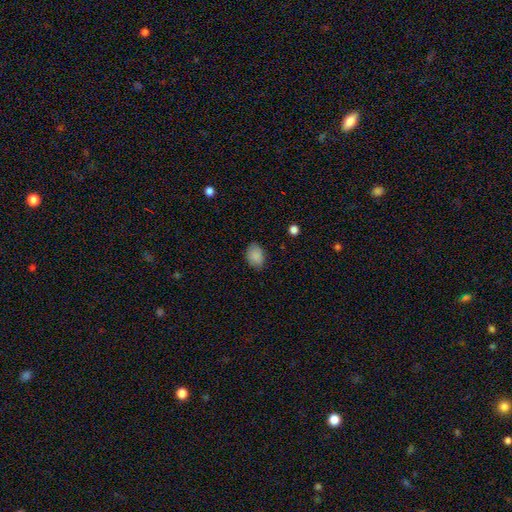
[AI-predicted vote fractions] Smooth or featured? Predicted: smooth (p=0.88). How rounded? Predicted: in between (p=0.79). Merging? Predicted: none (p=0.81).